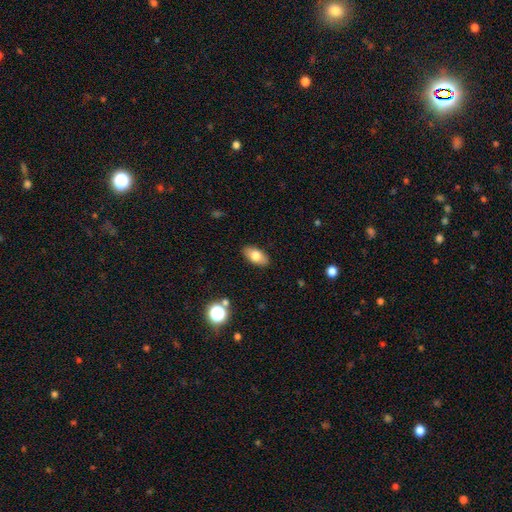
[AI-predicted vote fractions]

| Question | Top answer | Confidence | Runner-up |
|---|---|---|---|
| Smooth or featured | smooth | 76% | featured or disk (16%) |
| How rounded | in between | 91% | round (5%) |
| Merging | none | 88% | minor disturbance (9%) |